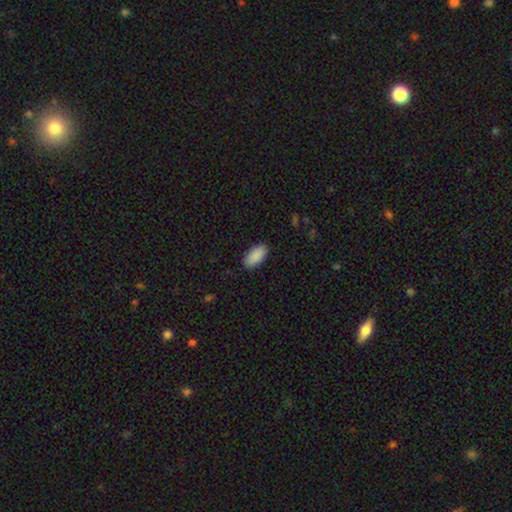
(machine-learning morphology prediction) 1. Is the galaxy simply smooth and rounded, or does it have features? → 90% smooth, 6% star or artifact, 3% featured or disk.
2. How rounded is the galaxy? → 93% in between, 5% cigar-shaped, 2% round.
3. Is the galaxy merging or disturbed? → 88% none, 9% minor disturbance, 2% major disturbance, 1% merger.